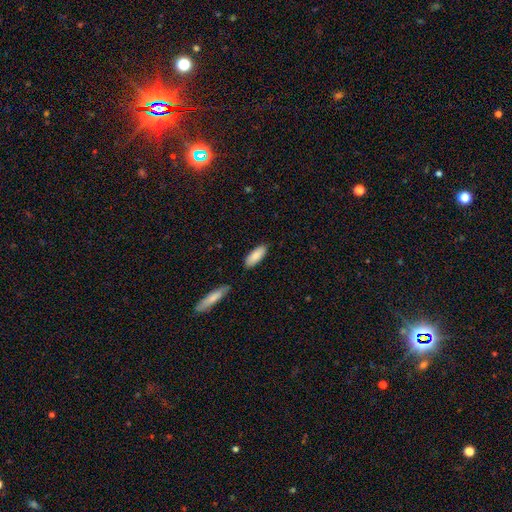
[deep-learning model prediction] A smooth galaxy with no disk features (85%) that is in between round and cigar-shaped (72%).

Vote fractions:
- Smooth or featured? smooth: 85% / featured or disk: 9% / star or artifact: 6%
- How rounded? in between: 72% / cigar-shaped: 27% / round: 2%
- Merging? none: 84% / minor disturbance: 11% / merger: 3% / major disturbance: 2%